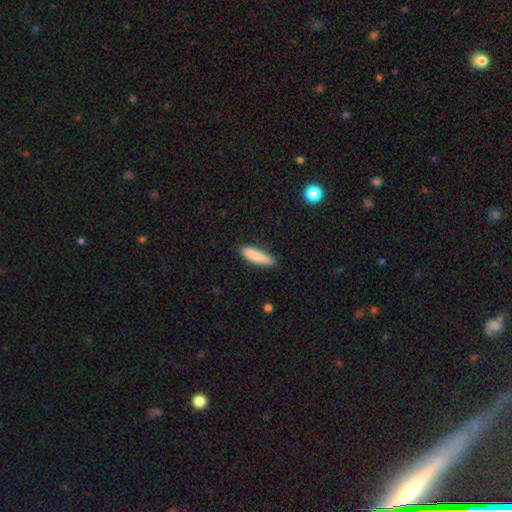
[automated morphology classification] Smooth or featured? Predicted: smooth (p=0.83). How rounded? Predicted: cigar-shaped (p=0.76). Merging? Predicted: none (p=0.84).